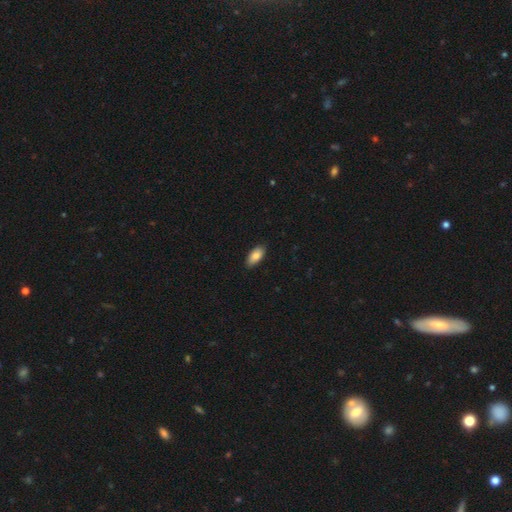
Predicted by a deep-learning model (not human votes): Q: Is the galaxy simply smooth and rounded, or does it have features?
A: smooth — 83%.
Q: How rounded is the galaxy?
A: in between — 91%.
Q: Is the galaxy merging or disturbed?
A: none — 87%.